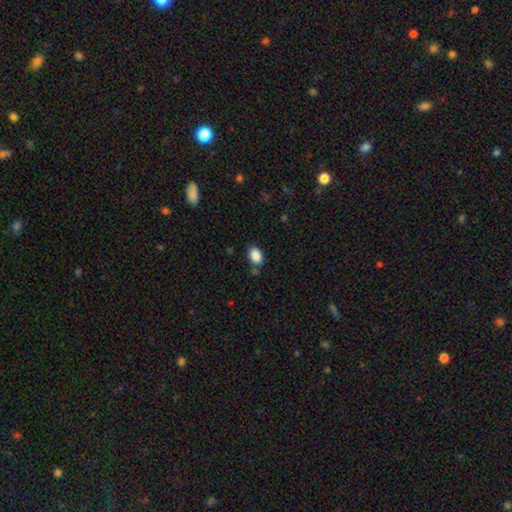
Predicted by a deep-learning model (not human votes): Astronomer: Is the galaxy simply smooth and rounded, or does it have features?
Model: smooth — 88%.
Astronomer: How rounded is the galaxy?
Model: in between — 78%.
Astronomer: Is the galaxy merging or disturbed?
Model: none — 76%.